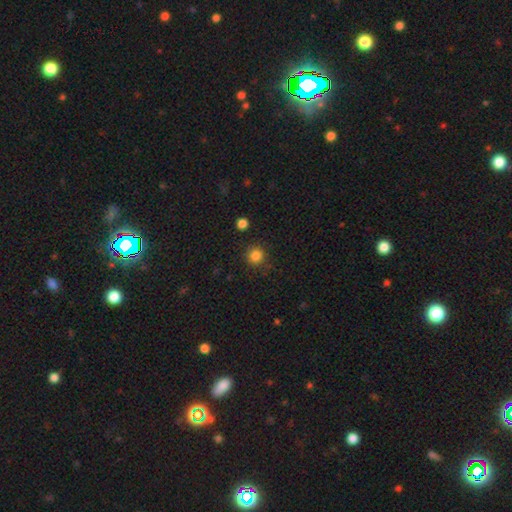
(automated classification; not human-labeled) Morphology: type=smooth (85%); roundness=round (94%); merging=none (89%).